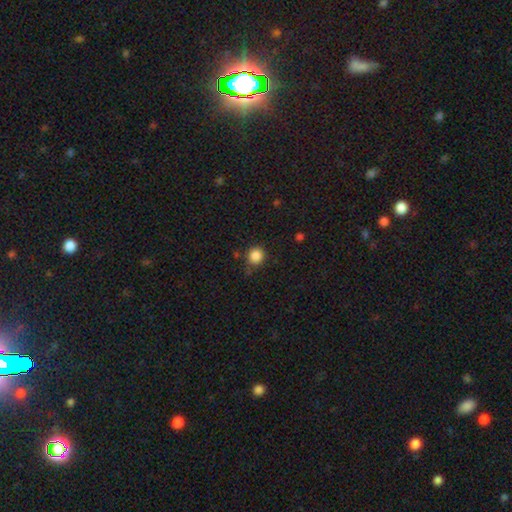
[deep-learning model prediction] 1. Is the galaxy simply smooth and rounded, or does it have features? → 86% smooth, 11% star or artifact, 3% featured or disk.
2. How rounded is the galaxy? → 89% round, 10% in between, 1% cigar-shaped.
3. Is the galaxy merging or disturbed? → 79% none, 15% minor disturbance, 4% major disturbance, 3% merger.